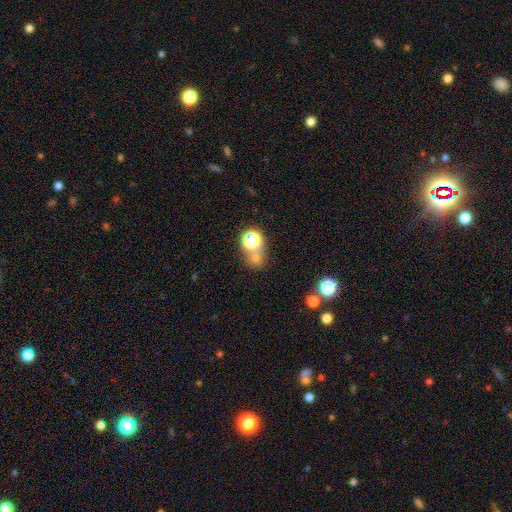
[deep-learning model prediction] smooth_or_featured: smooth (p=0.57) [alt: star or artifact p=0.32]
how_rounded: round (p=0.73) [alt: in between p=0.26]
merging: none (p=0.49) [alt: merger p=0.35]